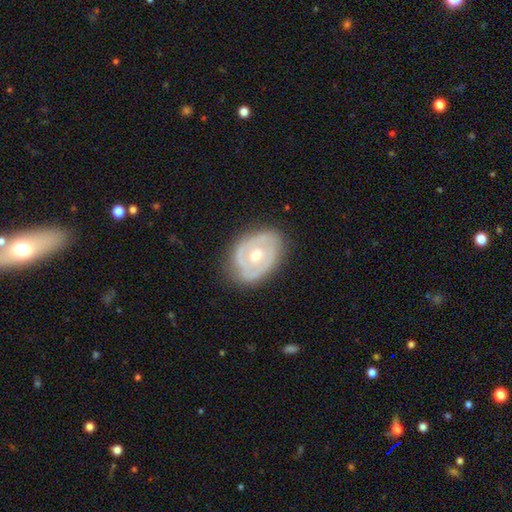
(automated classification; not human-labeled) smooth_or_featured: featured or disk (p=0.71) [alt: smooth p=0.24]
disk_edge_on: no (p=0.96) [alt: yes p=0.04]
bar: no (p=0.68) [alt: weak p=0.26]
has_spiral_arms: yes (p=0.57) [alt: no p=0.43]
bulge_size: moderate (p=0.73) [alt: small p=0.18]
merging: none (p=0.72) [alt: minor disturbance p=0.20]